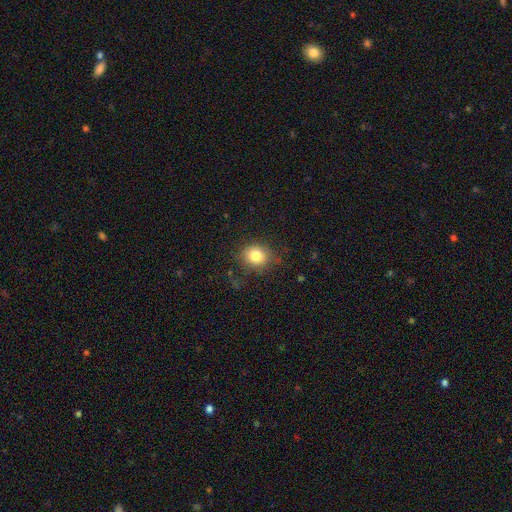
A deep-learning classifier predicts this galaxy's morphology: Smooth or featured? smooth (82%)
How rounded? round (70%)
Merging? none (78%)